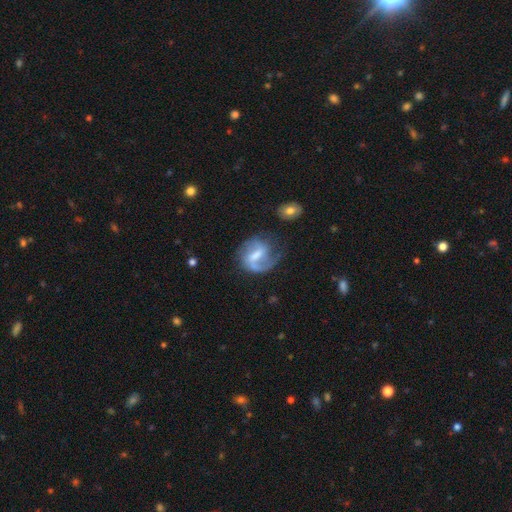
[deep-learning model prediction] Smooth or featured? featured or disk (74%)
Edge-on disk? no (97%)
Bar? weak (51%)
Spiral arms? yes (89%)
Spiral winding? medium (46%)
Spiral arm count? 2 (63%)
Bulge size? moderate (40%)
Merging? none (54%)